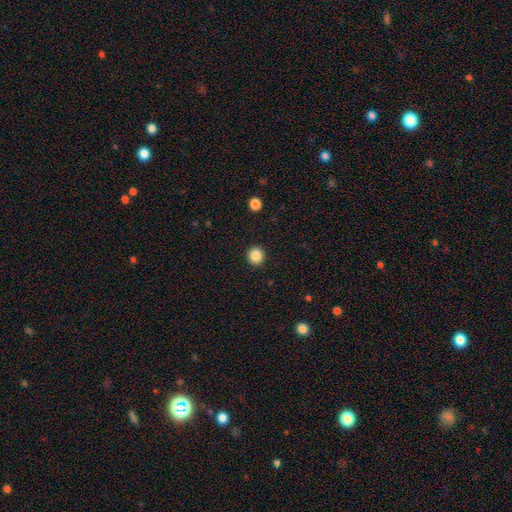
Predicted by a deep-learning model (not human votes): Morphology: type=smooth (86%); roundness=round (93%); merging=none (93%).